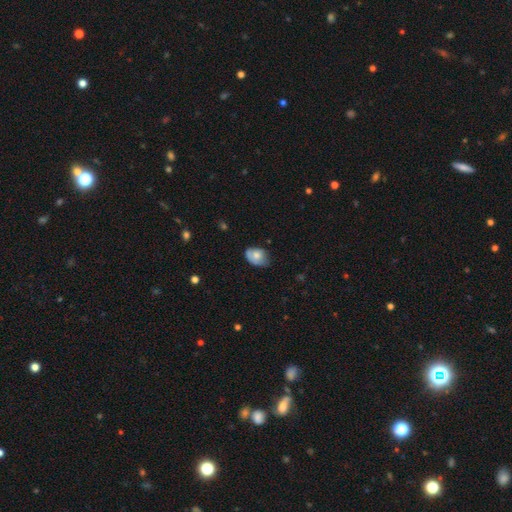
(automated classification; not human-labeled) Overall: smooth (67%). How rounded: in between (75%). Merging: none (49%; minor disturbance 38%).